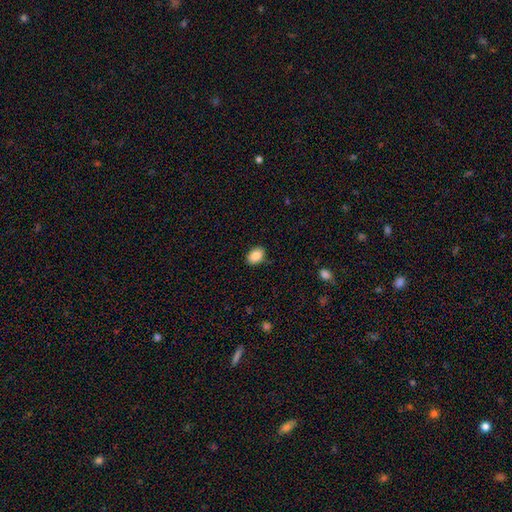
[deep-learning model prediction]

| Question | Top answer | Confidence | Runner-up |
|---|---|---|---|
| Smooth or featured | smooth | 87% | star or artifact (8%) |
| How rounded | in between | 85% | round (13%) |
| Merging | none | 85% | minor disturbance (12%) |